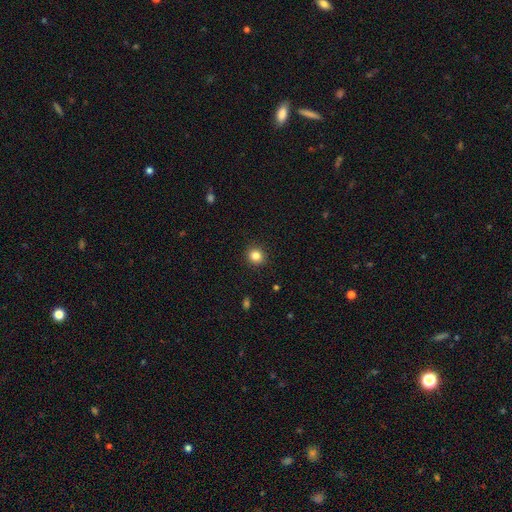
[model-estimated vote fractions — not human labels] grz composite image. It shows a smooth galaxy with no disk features (84%) that is round (89%). Merging: none (91%).